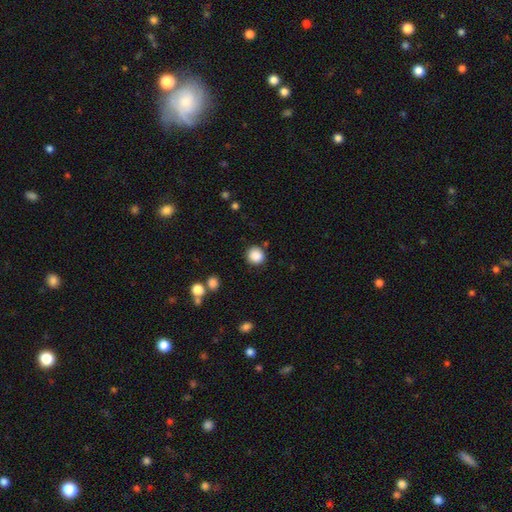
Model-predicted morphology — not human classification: A smooth galaxy with no disk features (88%) that is round (90%). Merging: none (86%).